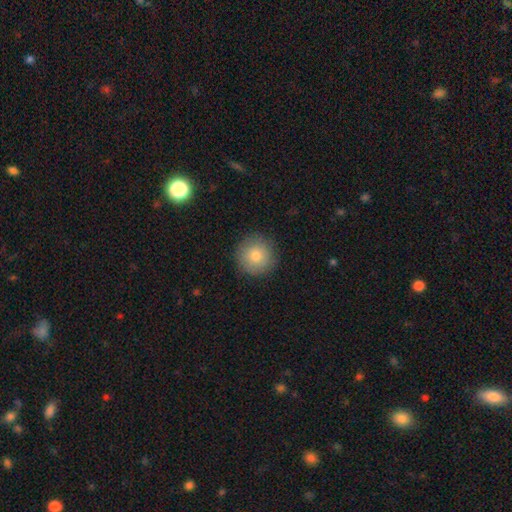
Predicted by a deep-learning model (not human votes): Smooth or featured? smooth (81%)
How rounded? round (96%)
Merging? none (89%)